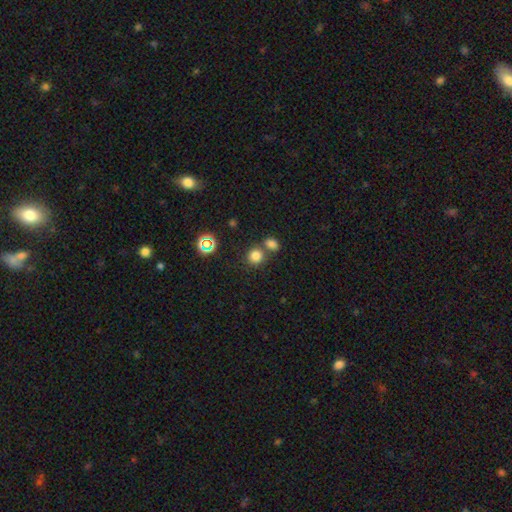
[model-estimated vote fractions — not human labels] This appears to be a smooth galaxy with no disk features (78%) that is round (85%). Merging: none (62%).